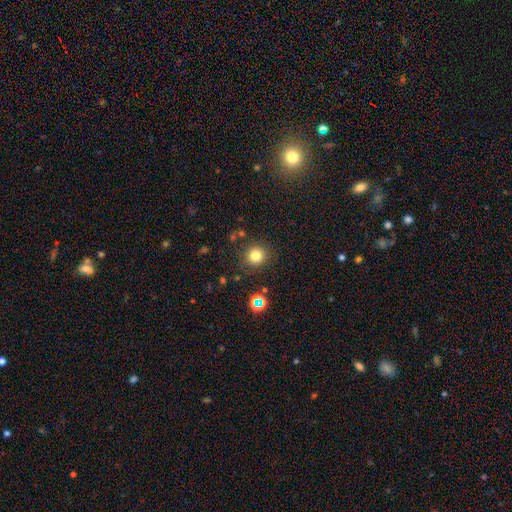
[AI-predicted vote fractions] This appears to be a smooth galaxy with no disk features (78%) that is round (90%). Merging: none (86%).